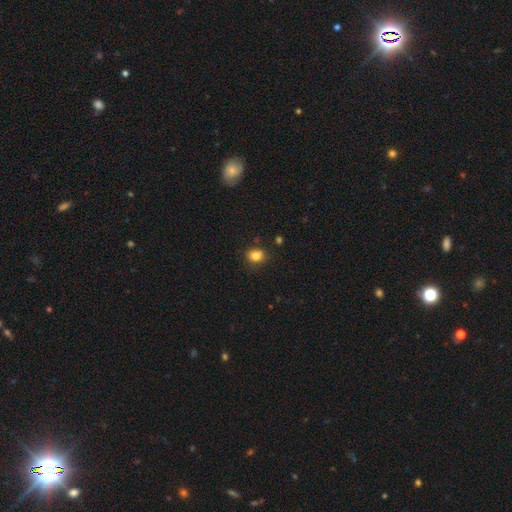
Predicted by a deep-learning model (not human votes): The model was most divided on "how rounded": round: 53%, in between: 46%, cigar-shaped: 1%. More confident: smooth or featured — smooth (83%); merging — none (79%).